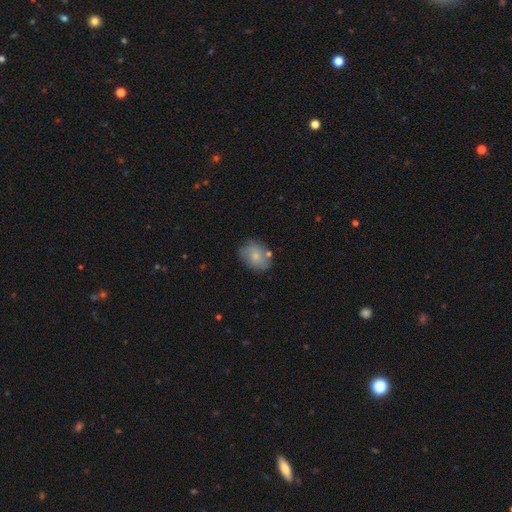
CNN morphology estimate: Smooth or featured? Predicted: smooth (p=0.67). How rounded? Predicted: in between (p=0.58). Merging? Predicted: none (p=0.67).